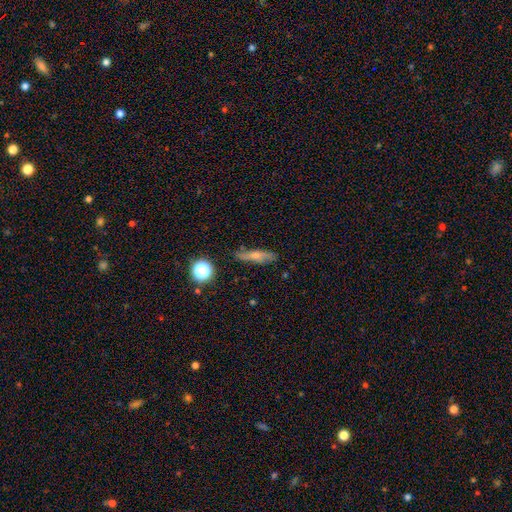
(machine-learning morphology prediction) Smooth or featured? Predicted: smooth (p=0.58). How rounded? Predicted: cigar-shaped (p=0.74). Merging? Predicted: none (p=0.78).